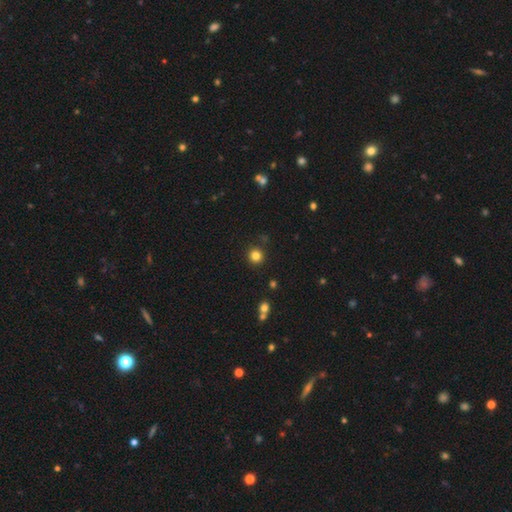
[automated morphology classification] Overall: smooth (82%). How rounded: round (94%). Merging: none (89%).